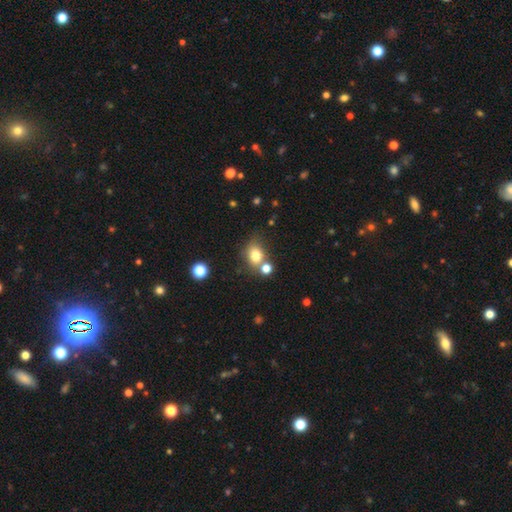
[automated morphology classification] Smooth or featured?
  - smooth: 77% *
  - star or artifact: 13%
  - featured or disk: 9%
How rounded?
  - round: 52% *
  - in between: 47%
  - cigar-shaped: 1%
Merging?
  - none: 58% *
  - merger: 22%
  - minor disturbance: 14%
  - major disturbance: 5%